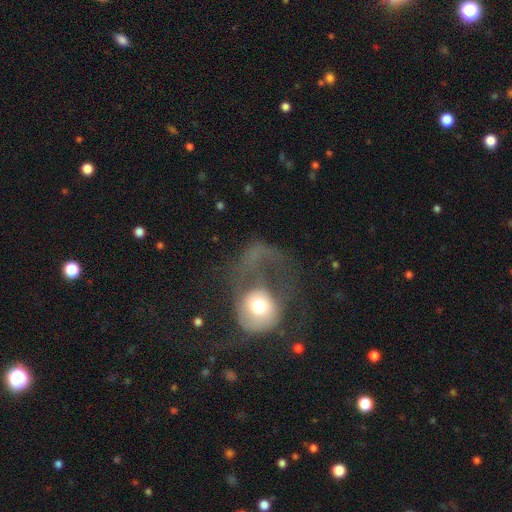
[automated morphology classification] A smooth galaxy with no disk features (48%). Merging: major disturbance (70%).